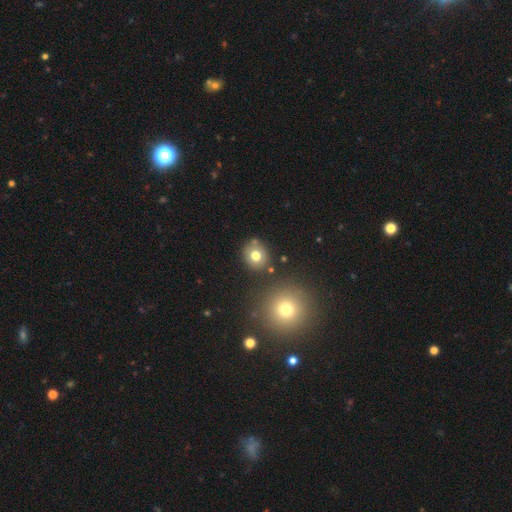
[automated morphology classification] The model was most divided on "smooth or featured": smooth: 73%, featured or disk: 14%, star or artifact: 13%. More confident: how rounded — round (81%); merging — none (79%).